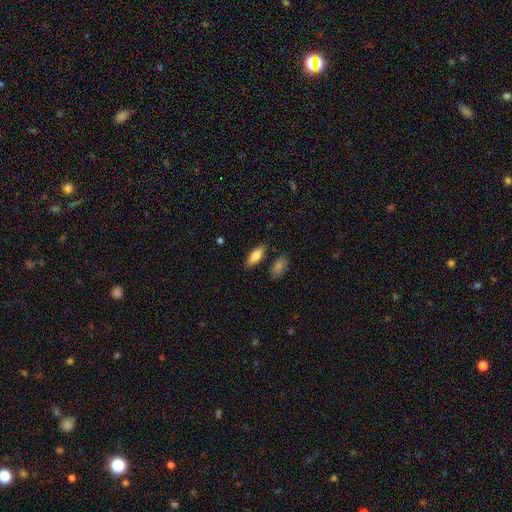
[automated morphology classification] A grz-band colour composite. It shows a smooth galaxy with no disk features (79%) that is in between round and cigar-shaped (76%). Merging: none (81%).